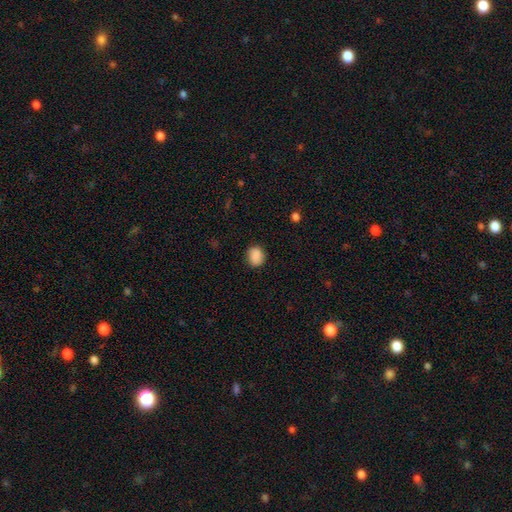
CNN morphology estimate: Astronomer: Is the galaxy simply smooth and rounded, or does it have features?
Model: smooth — 88%.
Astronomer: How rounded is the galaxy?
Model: round — 56% (runner-up: in between, 43%).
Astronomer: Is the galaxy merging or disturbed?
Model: none — 83%.